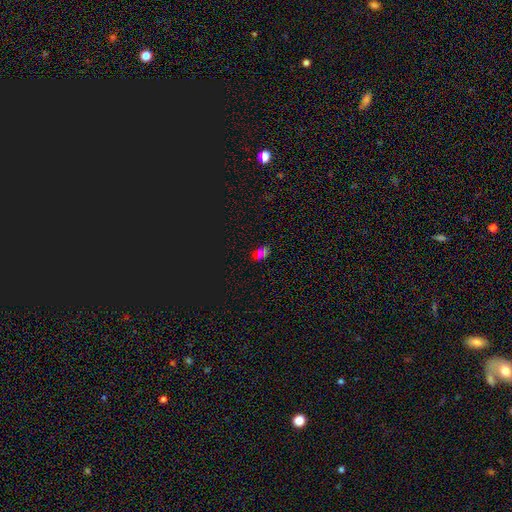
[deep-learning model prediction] Overall: star or artifact (59%; smooth 32%).